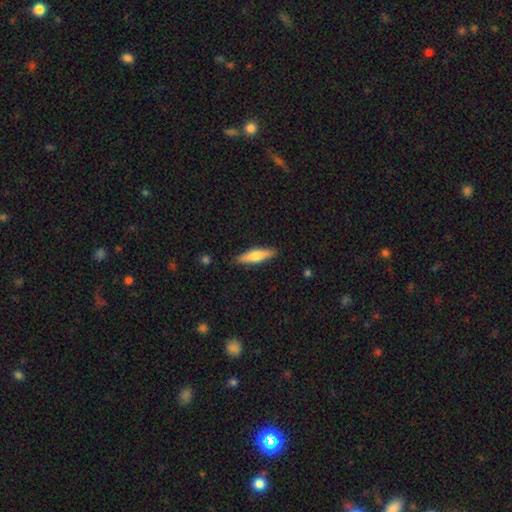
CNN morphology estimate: A smooth galaxy with no disk features (58%) that is cigar-shaped (74%). Merging: none (89%).